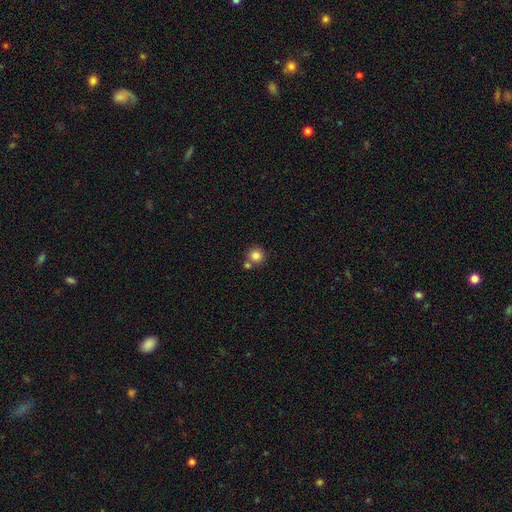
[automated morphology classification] Smooth or featured? smooth (83%)
How rounded? round (93%)
Merging? none (64%)